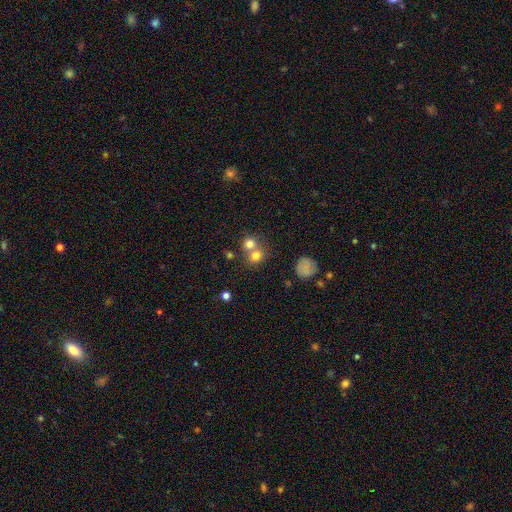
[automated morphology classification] smooth_or_featured: smooth (p=0.74) [alt: star or artifact p=0.13]
how_rounded: round (p=0.77) [alt: in between p=0.22]
merging: merger (p=0.49) [alt: none p=0.41]